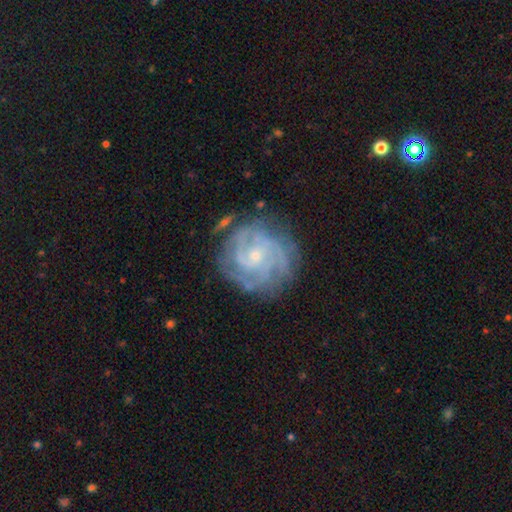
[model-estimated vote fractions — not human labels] This appears to be a featured or disk galaxy (86%) with no bar (69%), 3 (25%) tight (70%) spiral arms (97%) and a small central bulge (79%). Merging: none (75%).